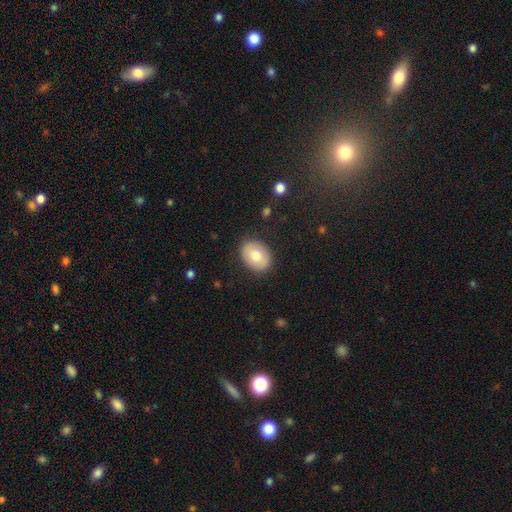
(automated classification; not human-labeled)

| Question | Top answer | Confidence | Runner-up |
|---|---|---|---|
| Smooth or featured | smooth | 75% | featured or disk (19%) |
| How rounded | in between | 66% | round (34%) |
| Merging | none | 86% | minor disturbance (10%) |